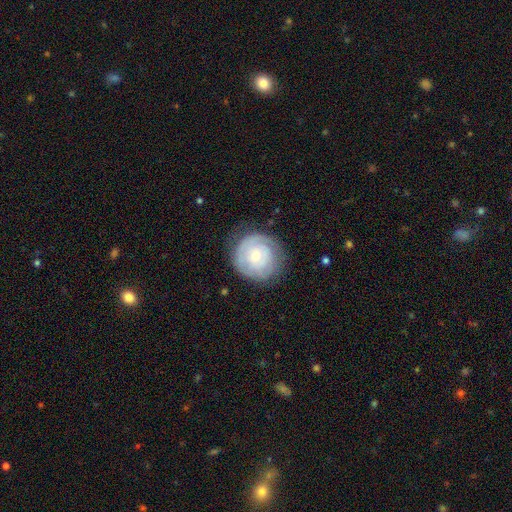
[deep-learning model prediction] Smooth or featured? featured or disk (58%)
Edge-on disk? no (97%)
Bar? no (80%)
Spiral arms? yes (71%)
Bulge size? small (58%)
Merging? none (73%)